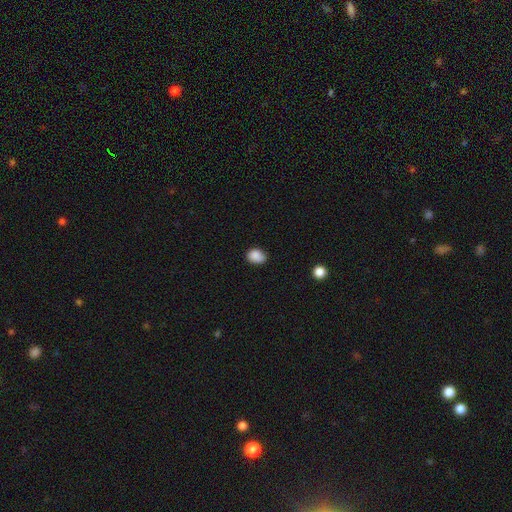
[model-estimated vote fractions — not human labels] Q: Smooth or featured?
A: smooth (88%); runner-up: star or artifact (9%)
Q: How rounded?
A: in between (63%); runner-up: round (36%)
Q: Merging?
A: none (77%); runner-up: minor disturbance (18%)